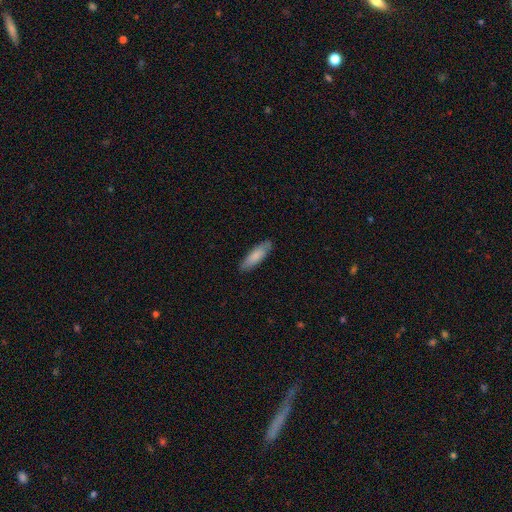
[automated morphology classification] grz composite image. It shows a smooth galaxy with no disk features (81%) that is cigar-shaped (53%). Merging: none (83%).